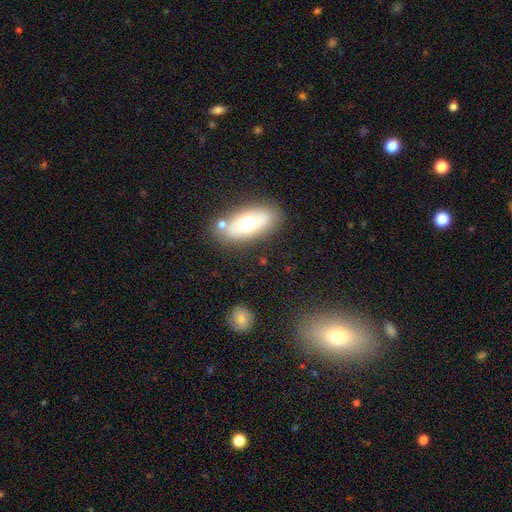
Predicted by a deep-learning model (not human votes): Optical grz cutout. It shows a smooth galaxy with no disk features (46%). Merging: none (76%).